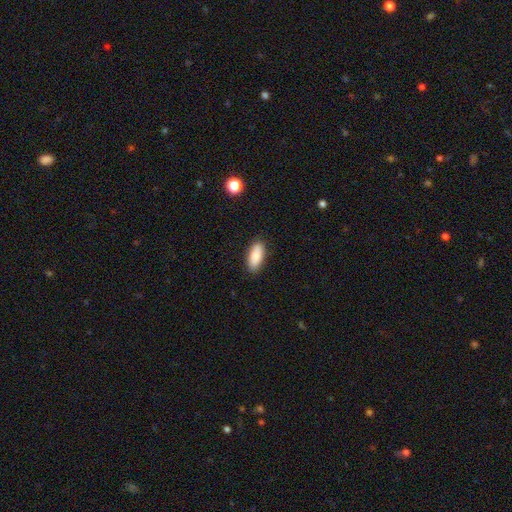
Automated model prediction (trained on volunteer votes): Smooth or featured: smooth — 87% (featured or disk — 6%)
How rounded: in between — 83% (cigar-shaped — 15%)
Merging: none — 88% (minor disturbance — 9%)